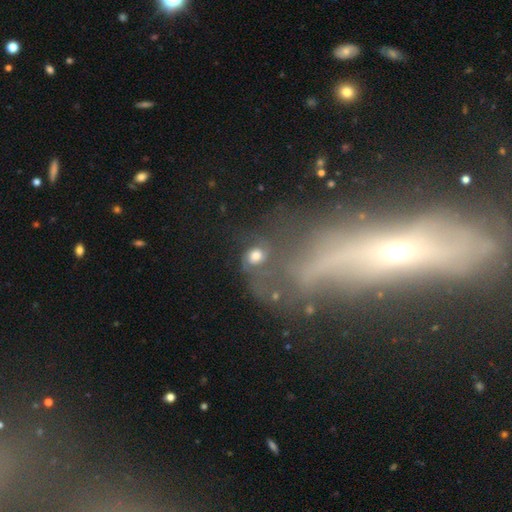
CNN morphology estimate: smooth-or-featured: featured or disk: 47% | smooth: 39% | star or artifact: 14%
  merging: none: 42% | major disturbance: 21% | merger: 20% | minor disturbance: 17%